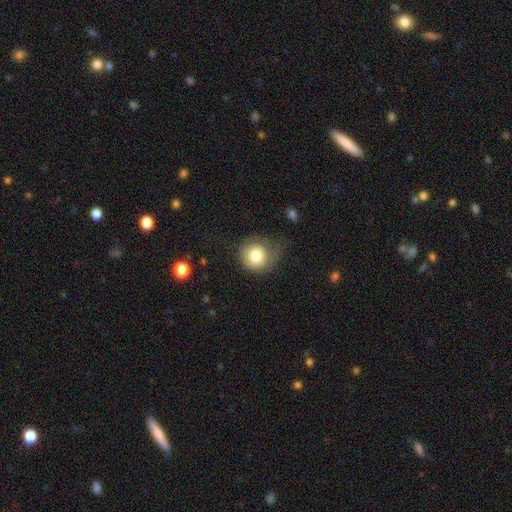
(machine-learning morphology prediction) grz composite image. It shows a smooth galaxy with no disk features (78%) that is round (87%). Merging: none (47%).